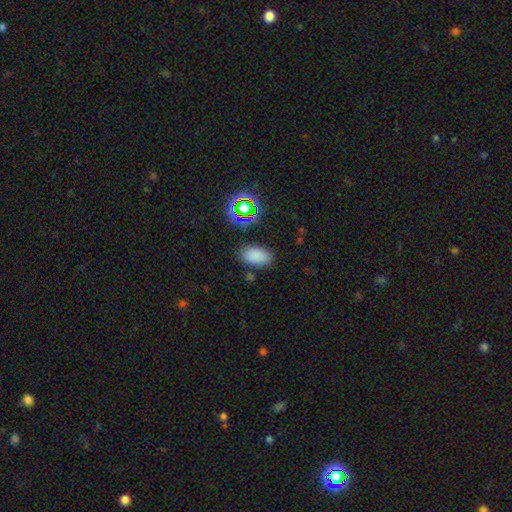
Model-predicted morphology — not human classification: This is likely a smooth galaxy (79%). How rounded: clearly in between (92%). Merging: clearly none (84%).